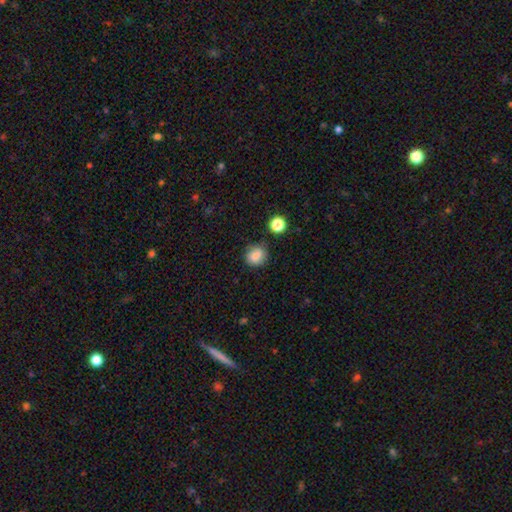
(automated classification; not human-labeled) The model was most divided on "how rounded": round: 80%, in between: 19%, cigar-shaped: 1%. More confident: smooth or featured — smooth (84%); merging — none (80%).